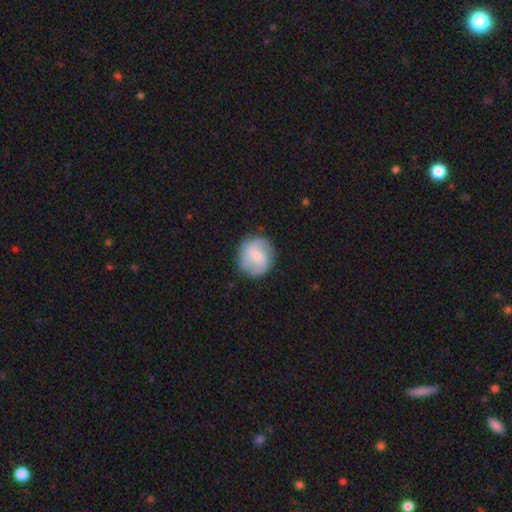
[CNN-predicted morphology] A featured or disk galaxy (54%) with a weak bar (54%), spiral arms (89%) and a small central bulge (46%). Merging: none (80%).